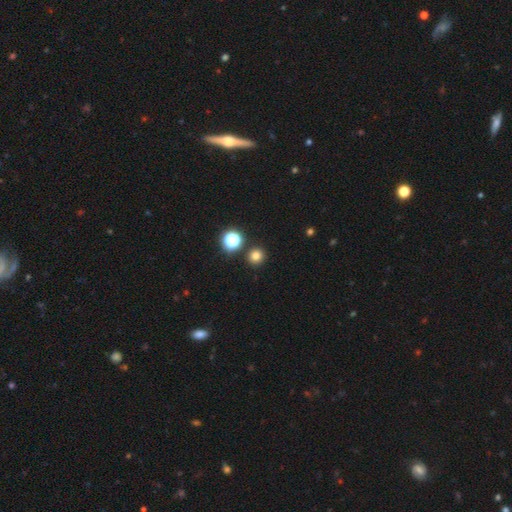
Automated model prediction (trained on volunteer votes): smooth_or_featured: smooth (p=0.76) [alt: star or artifact p=0.18]
how_rounded: round (p=0.93) [alt: in between p=0.06]
merging: none (p=0.87) [alt: minor disturbance p=0.06]